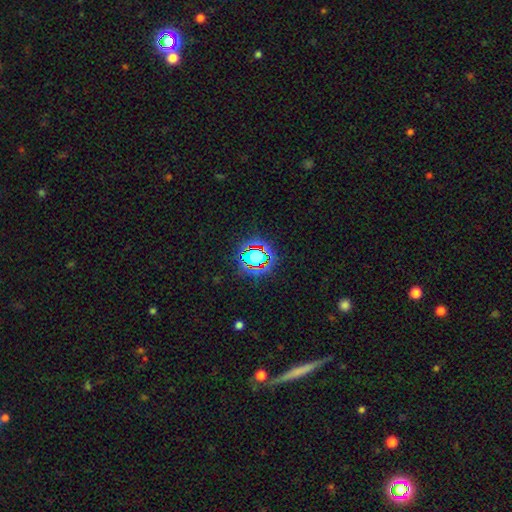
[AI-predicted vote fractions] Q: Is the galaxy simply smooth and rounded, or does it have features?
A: star or artifact — 66%.